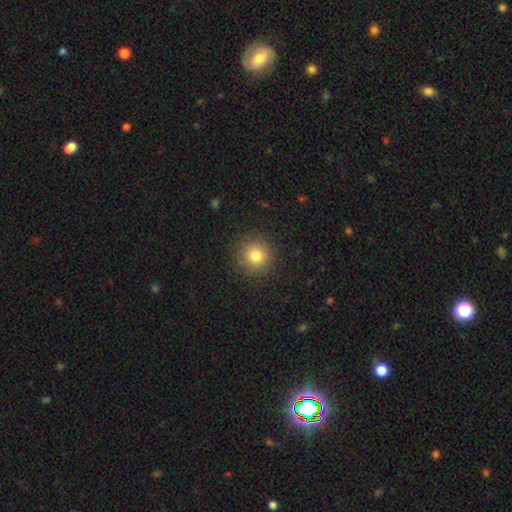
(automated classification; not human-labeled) Morphology: type=smooth (81%); roundness=round (95%); merging=none (90%).